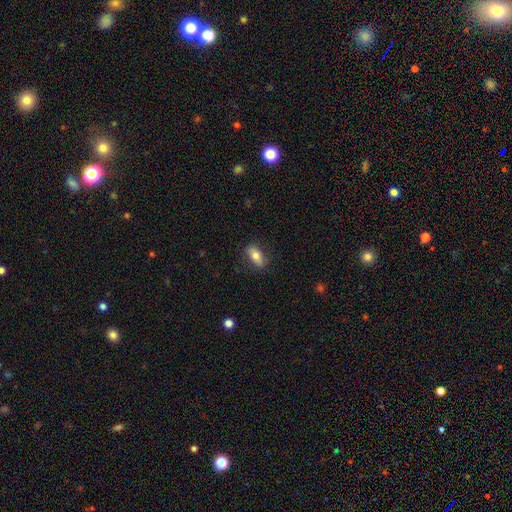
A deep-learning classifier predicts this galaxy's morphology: Q: Smooth or featured?
A: smooth (71%); runner-up: featured or disk (22%)
Q: How rounded?
A: in between (83%); runner-up: cigar-shaped (12%)
Q: Merging?
A: none (82%); runner-up: minor disturbance (14%)